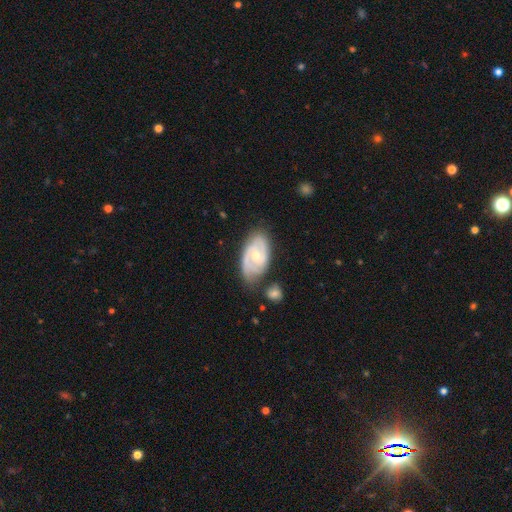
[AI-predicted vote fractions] featured or disk 80%, smooth 15%, star or artifact 5%. Down the decision tree: edge-on disk — no (95%); bar — no (54%); spiral arms — yes (91%); spiral arm count — 2 (66%); spiral winding — tight (55%); bulge size — moderate (58%); merging — none (67%).